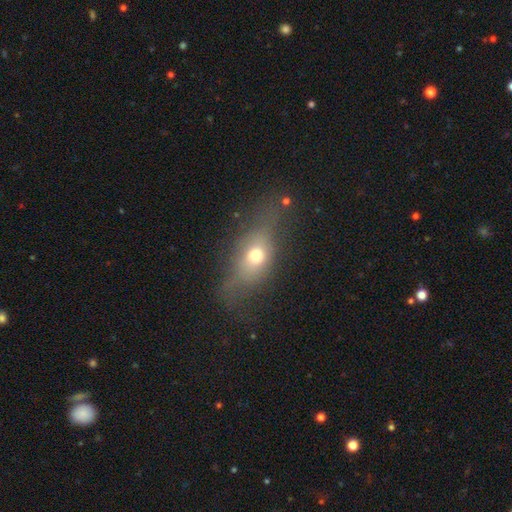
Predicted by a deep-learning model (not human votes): Q: Smooth or featured?
A: smooth (54%); runner-up: featured or disk (33%)
Q: How rounded?
A: in between (62%); runner-up: round (21%)
Q: Merging?
A: none (52%); runner-up: minor disturbance (23%)